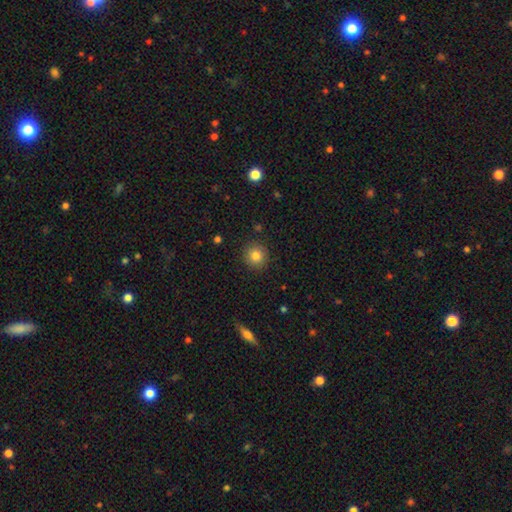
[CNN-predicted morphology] type=smooth (82%); roundness=round (92%); merging=none (90%).